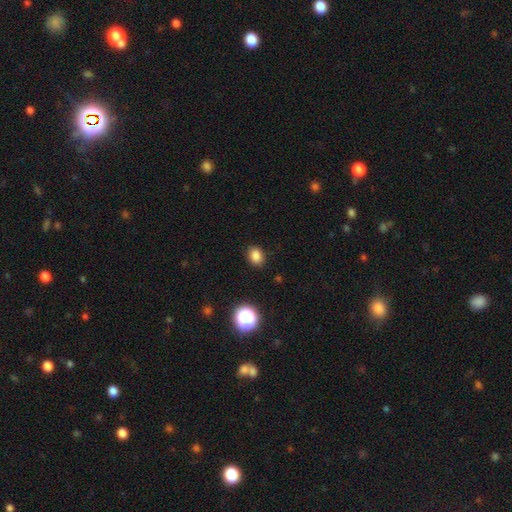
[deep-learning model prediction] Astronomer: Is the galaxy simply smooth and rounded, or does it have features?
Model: smooth — 83%.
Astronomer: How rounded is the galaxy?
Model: in between — 59% (runner-up: round, 40%).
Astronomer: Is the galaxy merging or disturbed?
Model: none — 88%.